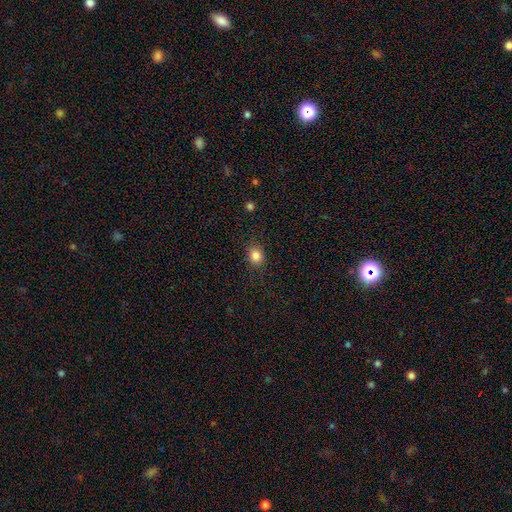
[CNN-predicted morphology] smooth_or_featured: smooth (p=0.84) [alt: star or artifact p=0.11]
how_rounded: round (p=0.65) [alt: in between p=0.34]
merging: none (p=0.87) [alt: minor disturbance p=0.09]